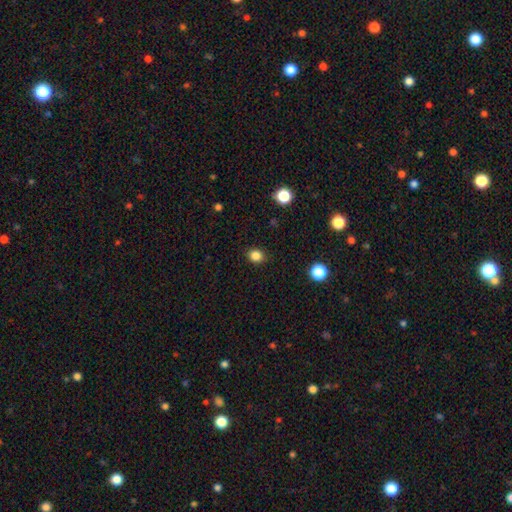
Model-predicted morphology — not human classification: smooth 84%, star or artifact 12%, featured or disk 4%. Down the decision tree: how rounded — round (62%); merging — none (89%).